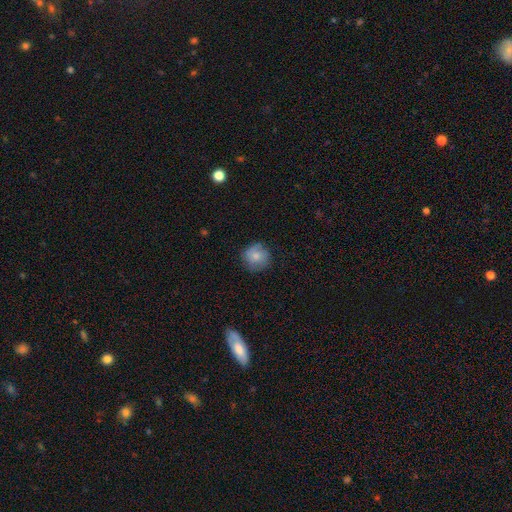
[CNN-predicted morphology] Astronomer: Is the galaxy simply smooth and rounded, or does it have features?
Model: smooth — 76%.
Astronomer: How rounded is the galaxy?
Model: round — 91%.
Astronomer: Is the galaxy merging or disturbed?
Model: none — 76%.